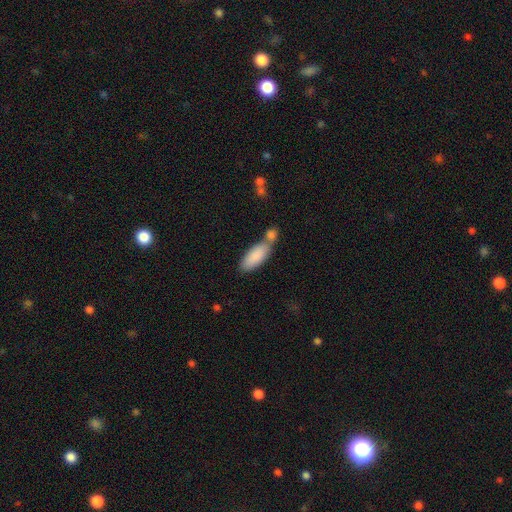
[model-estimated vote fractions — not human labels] A smooth galaxy with no disk features (85%) that is in between round and cigar-shaped (76%).

Vote fractions:
- Smooth or featured? smooth: 85% / featured or disk: 9% / star or artifact: 6%
- How rounded? in between: 76% / cigar-shaped: 22% / round: 2%
- Merging? merger: 42% / none: 40% / minor disturbance: 13% / major disturbance: 5%